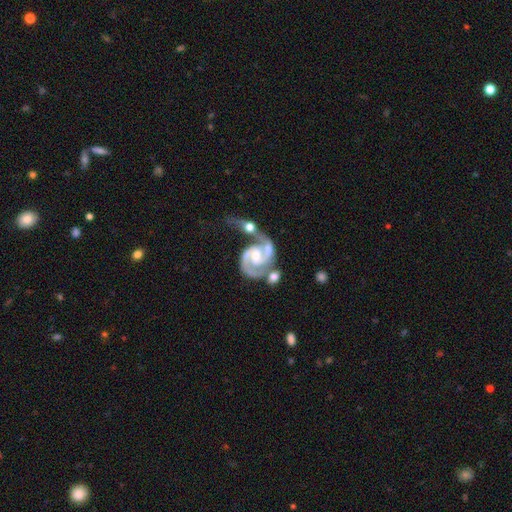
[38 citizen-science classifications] This is clearly a featured or disk galaxy (89%). It is clearly not viewed edge-on (97%). Bar: possibly weak (48%). Spiral arm pattern: clearly yes (94%). Spiral arm count: clearly 2 (87%). Spiral winding: possibly medium (52%). Central bulge: possibly small (55%). Merging: marginally major disturbance (33%).